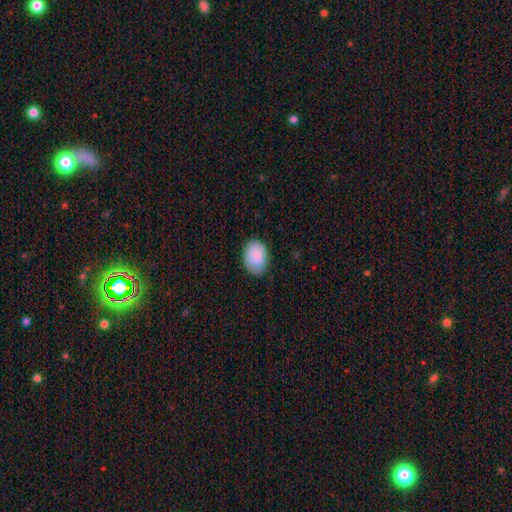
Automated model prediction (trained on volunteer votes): smooth-or-featured: smooth: 89% | star or artifact: 6% | featured or disk: 5%
  how-rounded: in between: 75% | round: 24% | cigar-shaped: 1%
  merging: none: 81% | minor disturbance: 15% | major disturbance: 3% | merger: 1%